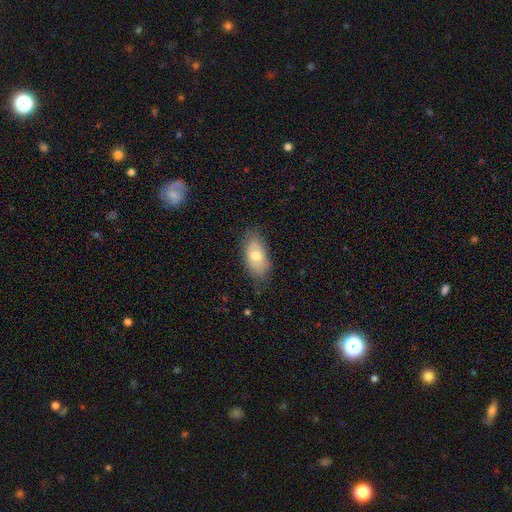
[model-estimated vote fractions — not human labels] Smooth or featured? smooth (67%)
How rounded? in between (90%)
Merging? none (74%)